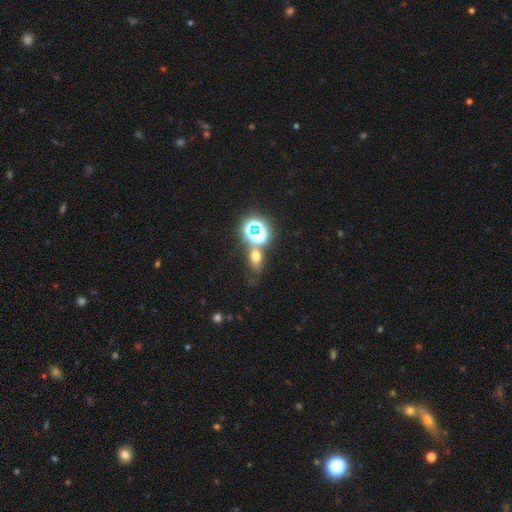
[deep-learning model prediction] Smooth or featured? smooth (54%)
How rounded? in between (65%)
Merging? none (57%)